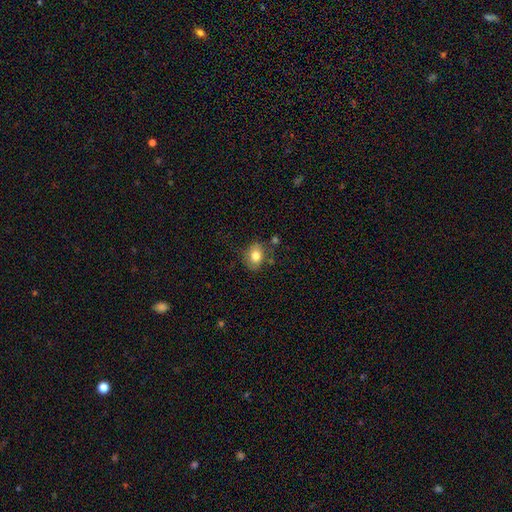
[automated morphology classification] This is clearly a smooth galaxy (80%). How rounded: likely in between (63%). Merging: likely none (72%).